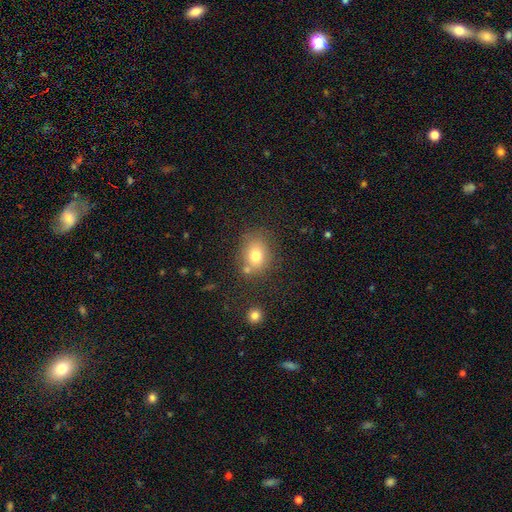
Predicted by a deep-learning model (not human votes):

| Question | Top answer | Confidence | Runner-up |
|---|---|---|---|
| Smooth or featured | smooth | 76% | featured or disk (12%) |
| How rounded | round | 53% | in between (46%) |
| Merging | none | 65% | minor disturbance (16%) |